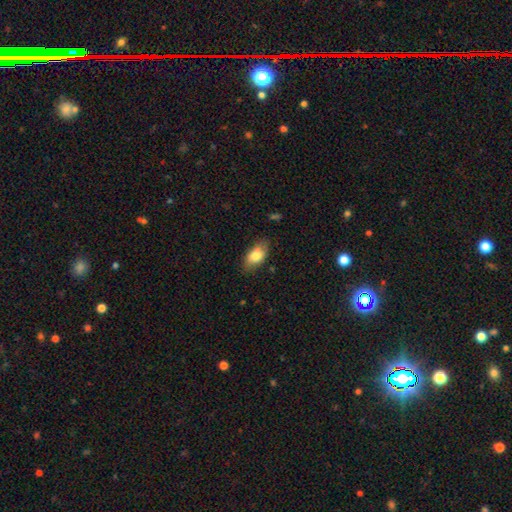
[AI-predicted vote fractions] Morphology: type=smooth (78%); roundness=in between (90%); merging=none (80%).